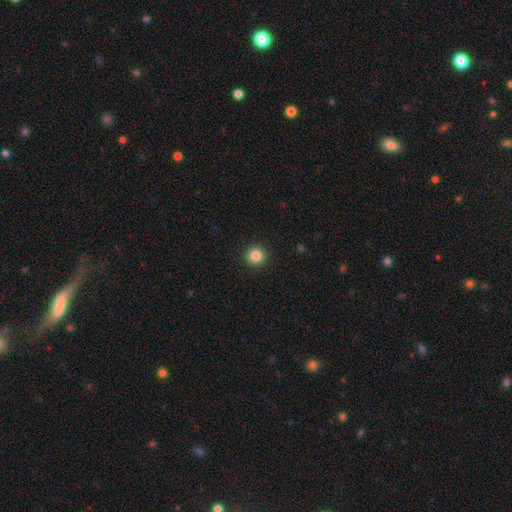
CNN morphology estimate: smooth_or_featured: smooth (p=0.85) [alt: star or artifact p=0.11]
how_rounded: round (p=0.95) [alt: in between p=0.04]
merging: none (p=0.93) [alt: minor disturbance p=0.04]